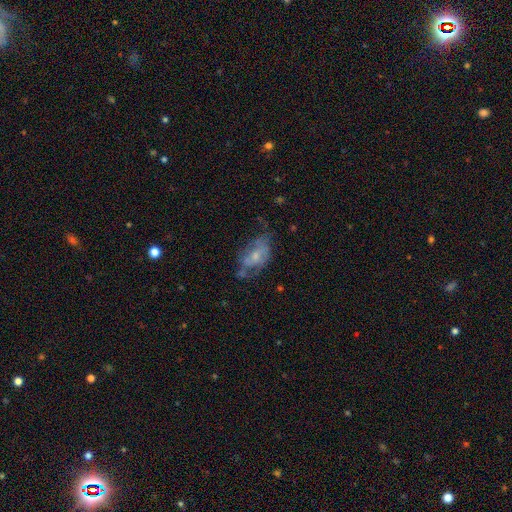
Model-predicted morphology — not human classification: Overall: smooth (47%; featured or disk 44%). Merging: none (34%; minor disturbance 31%).